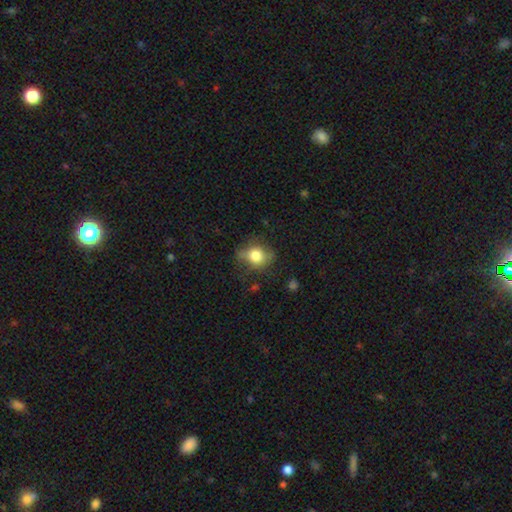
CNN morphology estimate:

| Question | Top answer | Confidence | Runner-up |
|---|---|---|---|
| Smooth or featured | smooth | 75% | featured or disk (16%) |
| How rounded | round | 66% | in between (33%) |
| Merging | none | 62% | minor disturbance (25%) |